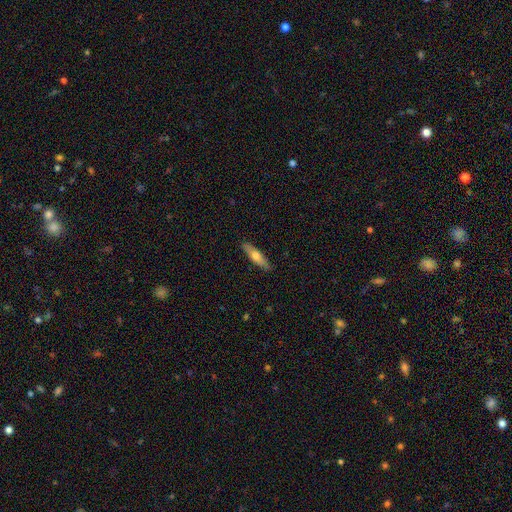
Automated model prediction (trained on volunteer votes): Q: Smooth or featured?
A: smooth (59%); runner-up: featured or disk (36%)
Q: How rounded?
A: cigar-shaped (67%); runner-up: in between (31%)
Q: Merging?
A: none (88%); runner-up: minor disturbance (9%)